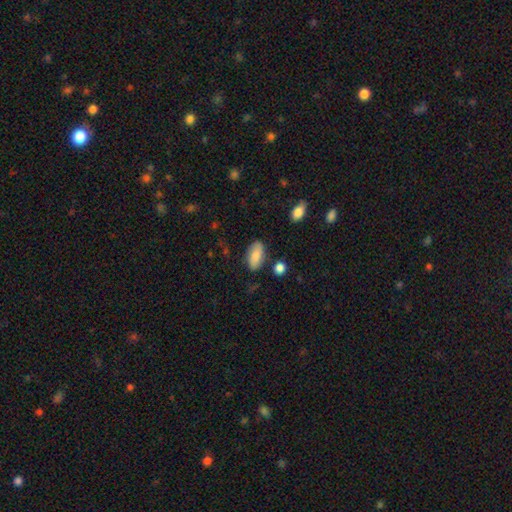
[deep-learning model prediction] Smooth or featured: smooth — 78% (featured or disk — 15%)
How rounded: in between — 93% (cigar-shaped — 4%)
Merging: none — 79% (minor disturbance — 14%)